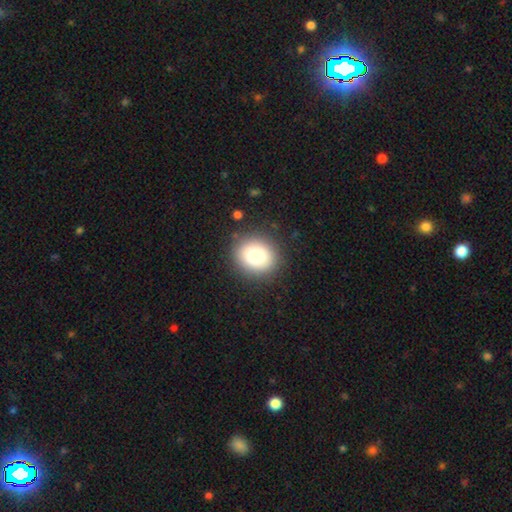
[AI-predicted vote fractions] smooth 80%, featured or disk 10%, star or artifact 10%. Down the decision tree: how rounded — round (77%); merging — none (87%).